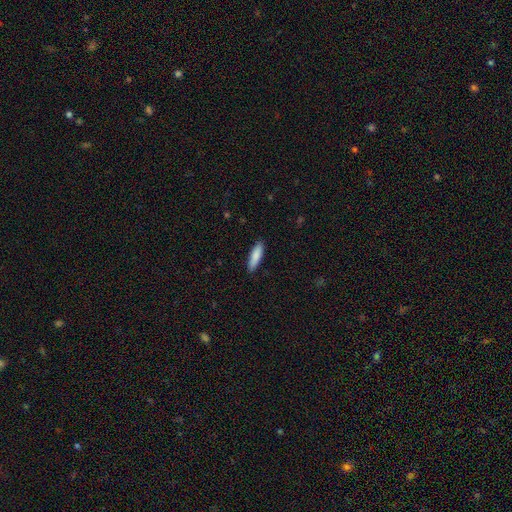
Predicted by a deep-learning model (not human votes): smooth-or-featured: smooth: 86% | featured or disk: 8% | star or artifact: 6%
  how-rounded: cigar-shaped: 64% | in between: 35% | round: 1%
  merging: none: 88% | minor disturbance: 9% | major disturbance: 2% | merger: 1%